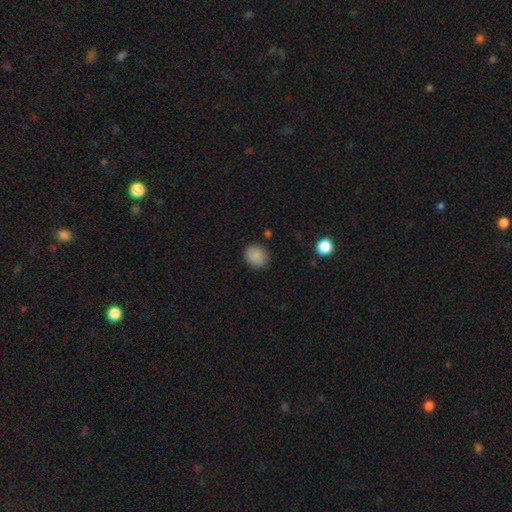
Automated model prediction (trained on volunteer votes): A smooth galaxy with no disk features (86%) that is round (66%). Merging: none (84%).